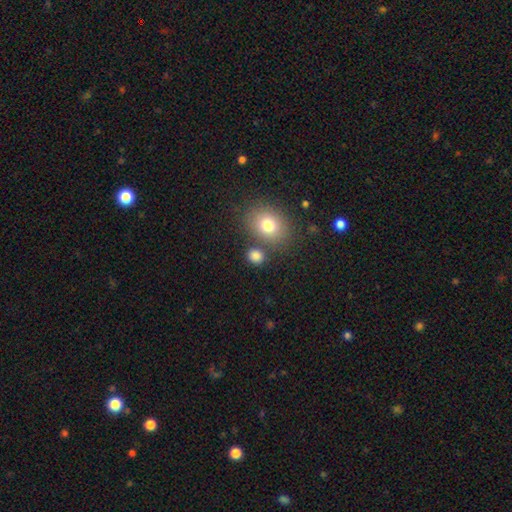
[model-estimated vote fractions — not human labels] This is clearly a smooth galaxy (83%). How rounded: likely round (61%). Merging: likely none (74%).